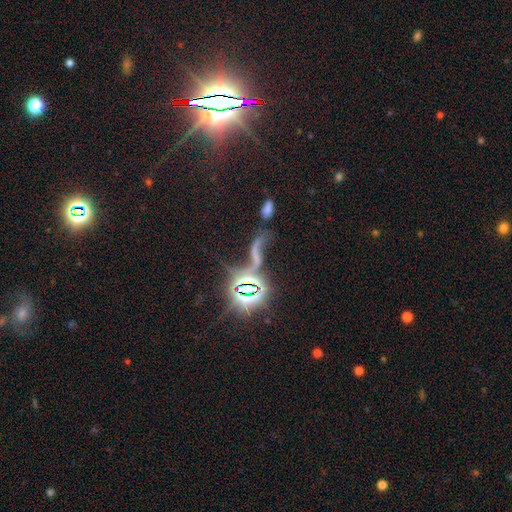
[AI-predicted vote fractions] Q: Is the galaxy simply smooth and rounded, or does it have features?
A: star or artifact — 51%.